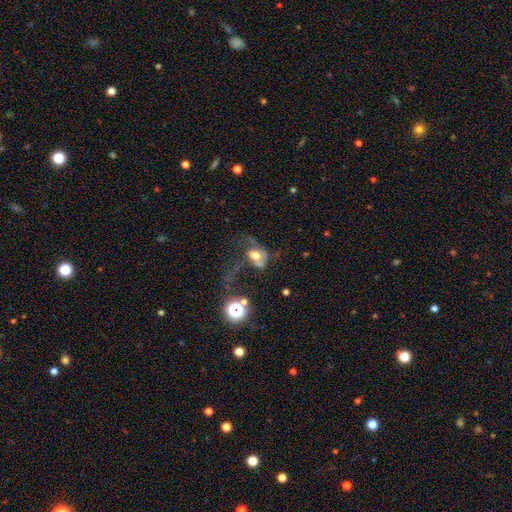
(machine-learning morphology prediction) smooth_or_featured: smooth (p=0.51) [alt: featured or disk p=0.35]
how_rounded: in between (p=0.54) [alt: round p=0.44]
merging: major disturbance (p=0.56) [alt: none p=0.18]